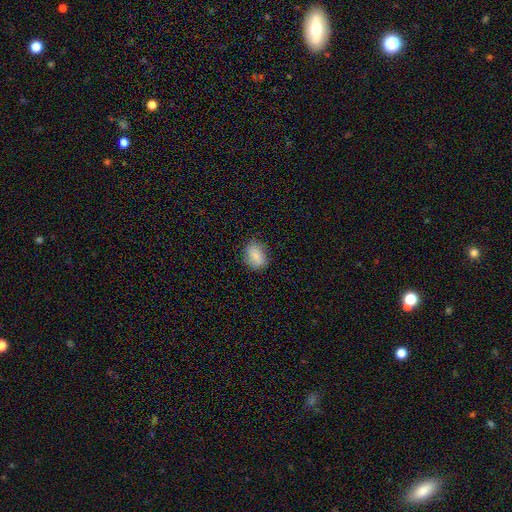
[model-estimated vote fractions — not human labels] smooth_or_featured: smooth (p=0.84) [alt: featured or disk p=0.08]
how_rounded: in between (p=0.68) [alt: round p=0.30]
merging: none (p=0.80) [alt: minor disturbance p=0.15]